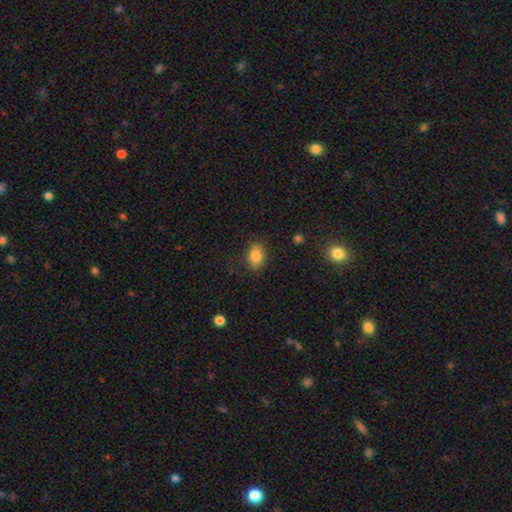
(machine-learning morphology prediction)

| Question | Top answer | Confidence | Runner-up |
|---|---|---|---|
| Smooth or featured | smooth | 84% | star or artifact (9%) |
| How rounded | in between | 80% | round (18%) |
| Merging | none | 81% | minor disturbance (14%) |